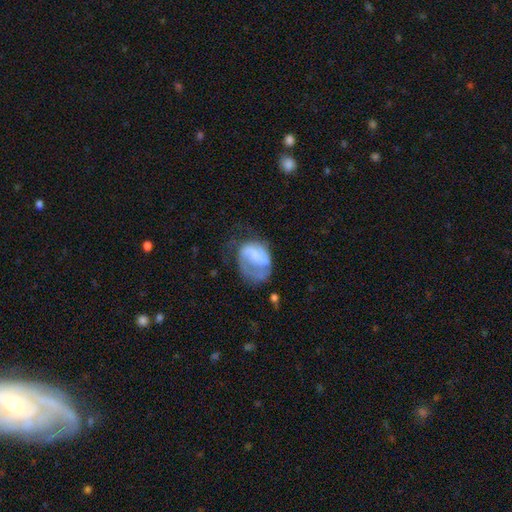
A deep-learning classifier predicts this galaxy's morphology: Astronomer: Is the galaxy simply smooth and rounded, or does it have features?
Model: featured or disk — 52% (runner-up: smooth, 41%).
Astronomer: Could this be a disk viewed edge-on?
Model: no — 98%.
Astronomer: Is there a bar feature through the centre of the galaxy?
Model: no — 56% (runner-up: weak, 33%).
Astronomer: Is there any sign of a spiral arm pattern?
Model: yes — 65%.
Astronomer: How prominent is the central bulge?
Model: none — 43% (runner-up: small, 30%).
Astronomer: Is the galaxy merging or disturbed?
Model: major disturbance — 44% (runner-up: none, 29%).